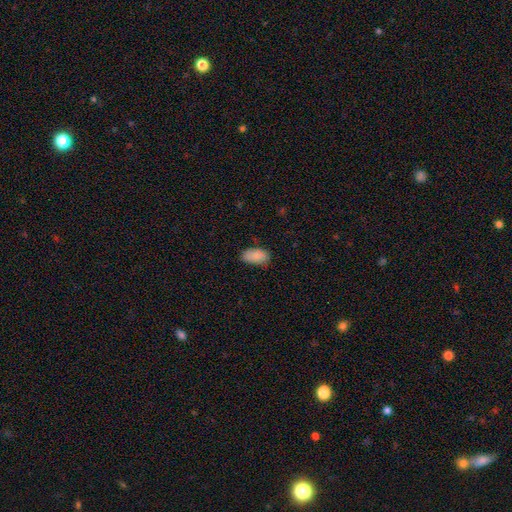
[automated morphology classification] A smooth galaxy with no disk features (88%) that is in between round and cigar-shaped (94%).

Vote fractions:
- Smooth or featured? smooth: 88% / star or artifact: 7% / featured or disk: 5%
- How rounded? in between: 94% / round: 4% / cigar-shaped: 2%
- Merging? none: 78% / minor disturbance: 17% / major disturbance: 3% / merger: 1%